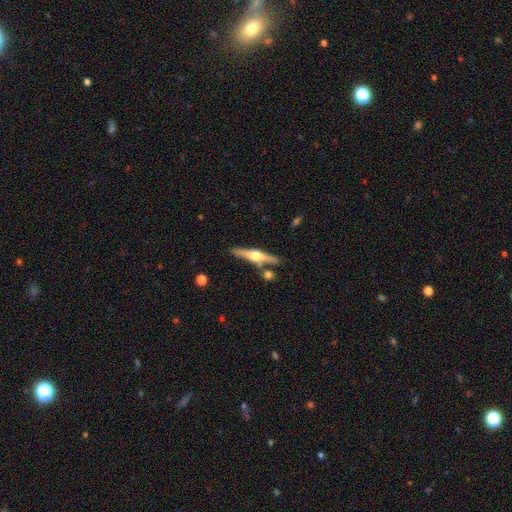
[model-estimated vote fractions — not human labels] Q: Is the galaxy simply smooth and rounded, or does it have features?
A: featured or disk — 72%.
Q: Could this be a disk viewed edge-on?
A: yes — 97%.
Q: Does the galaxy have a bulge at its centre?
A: rounded — 95%.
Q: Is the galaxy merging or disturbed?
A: none — 82%.